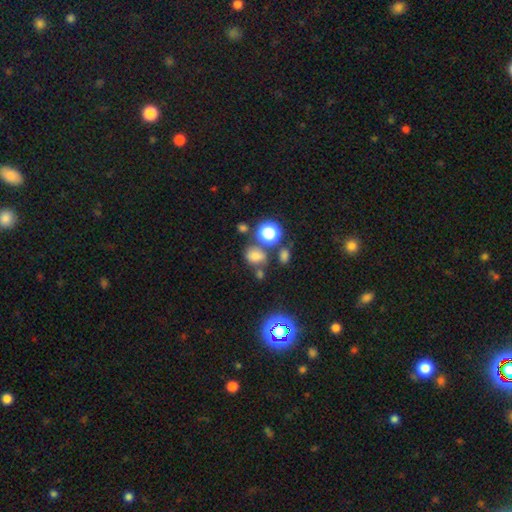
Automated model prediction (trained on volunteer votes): Smooth or featured: smooth — 70% (star or artifact — 22%)
How rounded: round — 53% (in between — 46%)
Merging: none — 59% (merger — 19%)